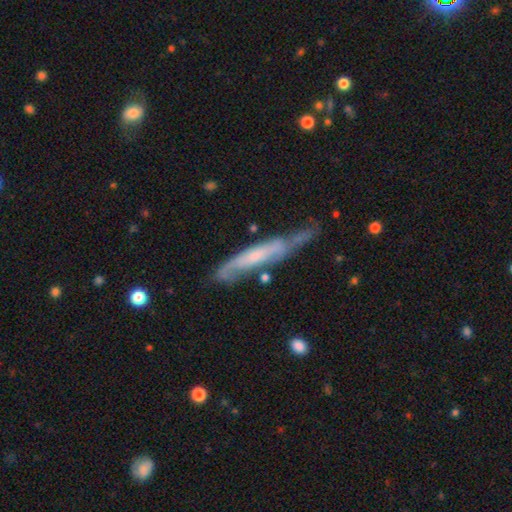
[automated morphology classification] This appears to be a featured or disk galaxy (64%) viewed edge-on (53%). Merging: none (48%).